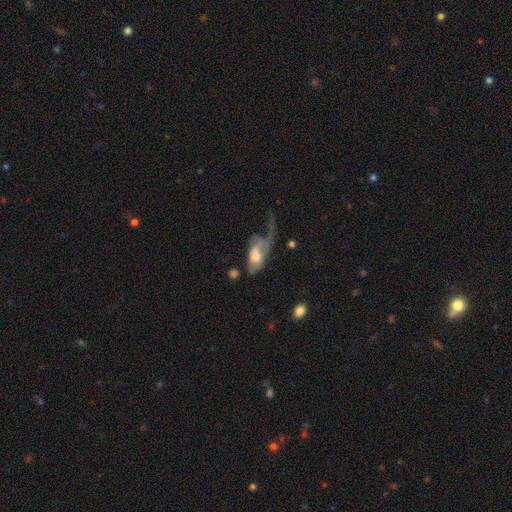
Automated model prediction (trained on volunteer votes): Q: Smooth or featured?
A: smooth (53%); runner-up: featured or disk (41%)
Q: How rounded?
A: in between (87%); runner-up: cigar-shaped (8%)
Q: Merging?
A: major disturbance (62%); runner-up: none (15%)